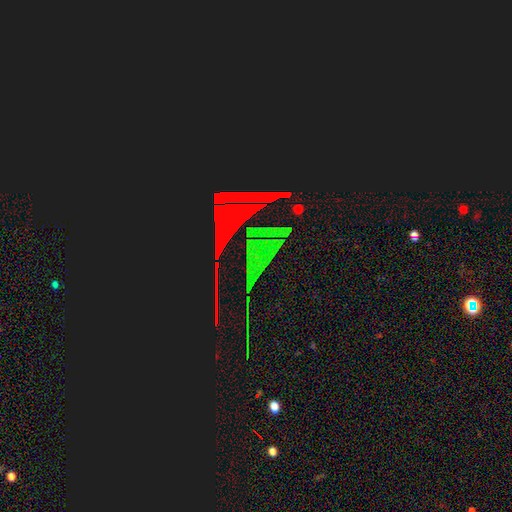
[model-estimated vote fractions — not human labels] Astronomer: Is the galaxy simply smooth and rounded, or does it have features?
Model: star or artifact — 77%.